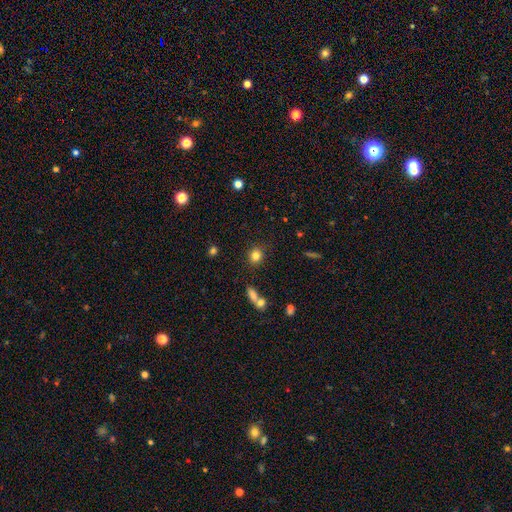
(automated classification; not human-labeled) smooth-or-featured: smooth: 81% | star or artifact: 12% | featured or disk: 7%
  how-rounded: round: 77% | in between: 22% | cigar-shaped: 1%
  merging: none: 84% | minor disturbance: 9% | merger: 4% | major disturbance: 3%